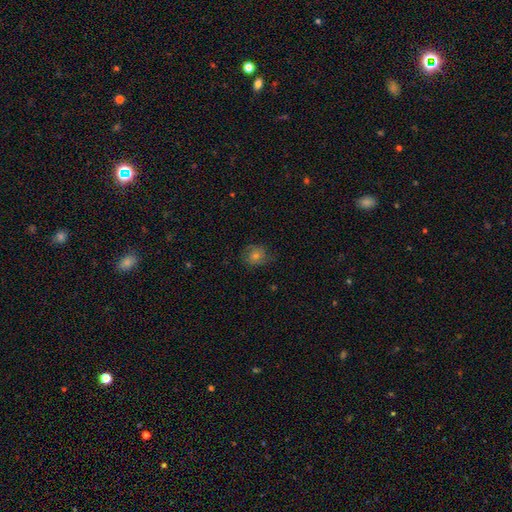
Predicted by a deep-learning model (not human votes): smooth-or-featured: smooth: 49% | featured or disk: 31% | star or artifact: 20%
  merging: none: 75% | minor disturbance: 17% | major disturbance: 7% | merger: 1%